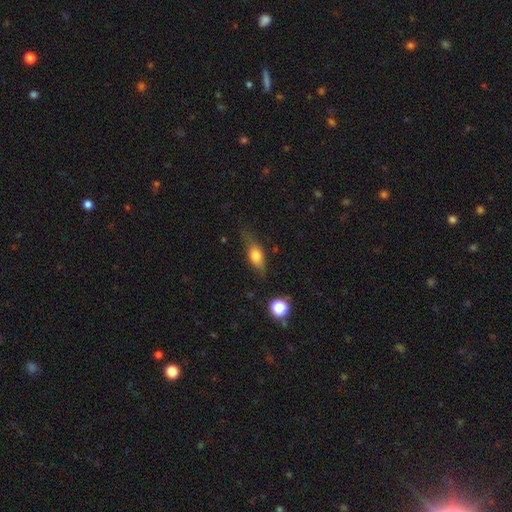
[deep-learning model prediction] smooth 65%, featured or disk 27%, star or artifact 8%. Down the decision tree: how rounded — in between (67%); merging — none (64%).